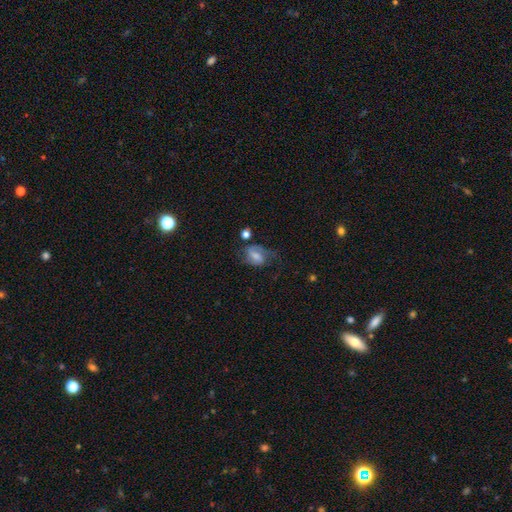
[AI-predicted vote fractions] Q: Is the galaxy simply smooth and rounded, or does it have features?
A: featured or disk — 54%.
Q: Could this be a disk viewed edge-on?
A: no — 96%.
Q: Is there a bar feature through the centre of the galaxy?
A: weak — 47%.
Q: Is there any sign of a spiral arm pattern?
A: yes — 84%.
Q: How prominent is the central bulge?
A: moderate — 39%.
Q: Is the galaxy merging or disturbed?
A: none — 46%.